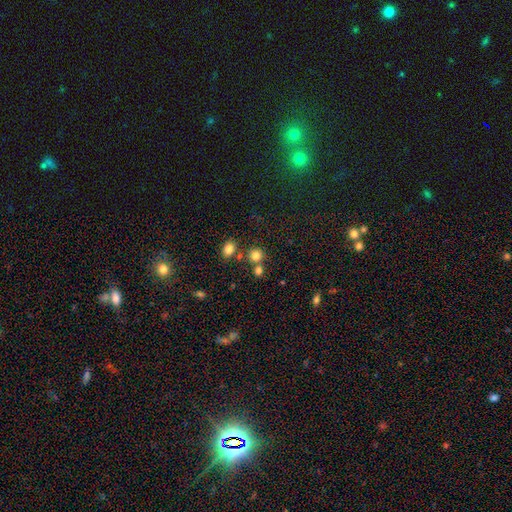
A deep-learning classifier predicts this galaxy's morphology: smooth-or-featured: smooth: 79% | star or artifact: 14% | featured or disk: 7%
  how-rounded: round: 86% | in between: 13% | cigar-shaped: 1%
  merging: none: 69% | merger: 20% | minor disturbance: 9% | major disturbance: 3%